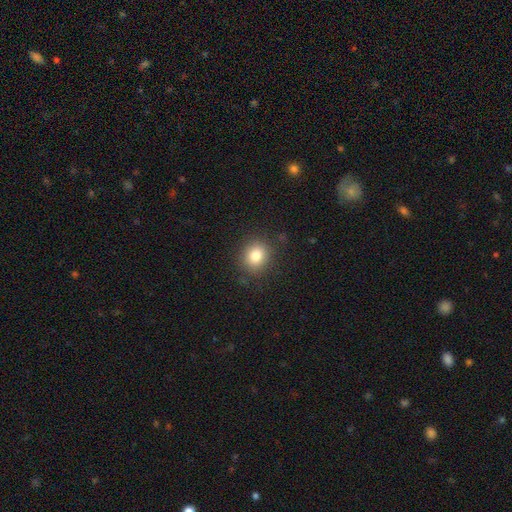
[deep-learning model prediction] Overall: smooth (81%). How rounded: round (77%). Merging: none (87%).